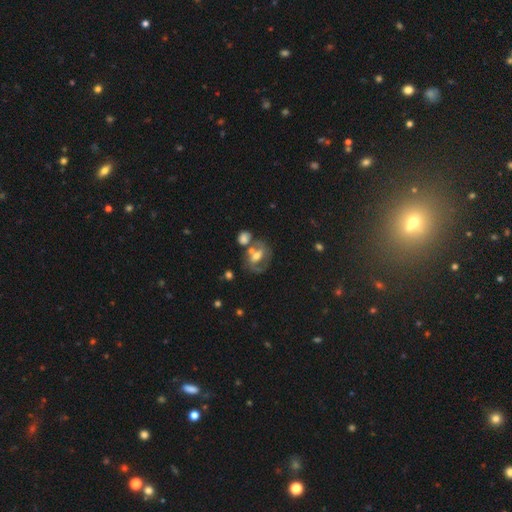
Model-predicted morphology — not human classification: Smooth or featured? featured or disk (60%)
Edge-on disk? no (95%)
Bar? weak (35%)
Spiral arms? yes (60%)
Bulge size? moderate (64%)
Merging? none (41%)